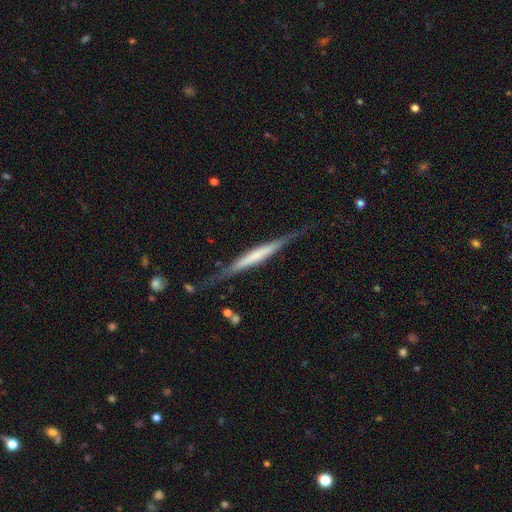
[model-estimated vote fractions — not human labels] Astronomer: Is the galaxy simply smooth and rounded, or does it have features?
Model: featured or disk — 63%.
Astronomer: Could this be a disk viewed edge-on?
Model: yes — 95%.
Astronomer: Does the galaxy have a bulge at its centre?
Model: none — 56%.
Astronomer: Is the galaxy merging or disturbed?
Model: none — 75%.